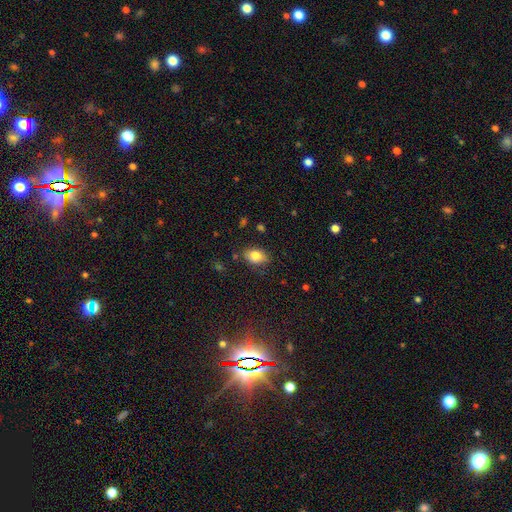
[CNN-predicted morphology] Smooth or featured? smooth (81%)
How rounded? in between (84%)
Merging? none (80%)